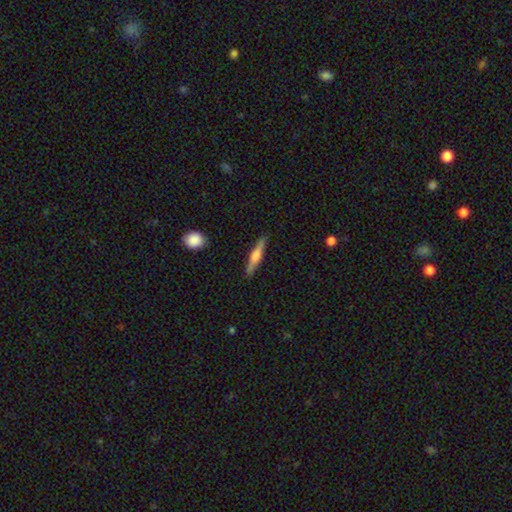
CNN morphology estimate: Smooth or featured? featured or disk (53%)
Edge-on disk? yes (96%)
Edge-on bulge? rounded (70%)
Merging? none (87%)